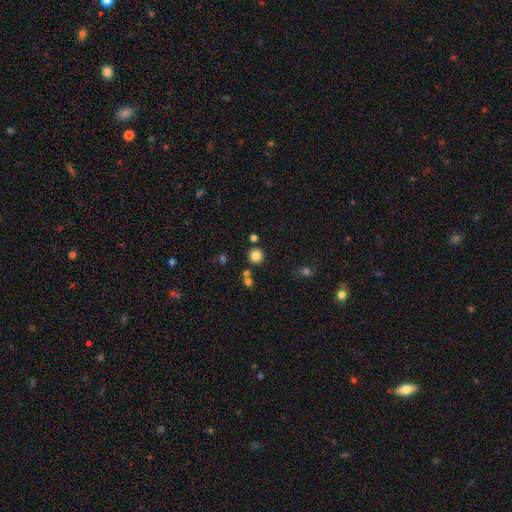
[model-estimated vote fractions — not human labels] The model was most divided on "smooth or featured": smooth: 82%, star or artifact: 13%, featured or disk: 6%. More confident: how rounded — round (93%); merging — none (83%).